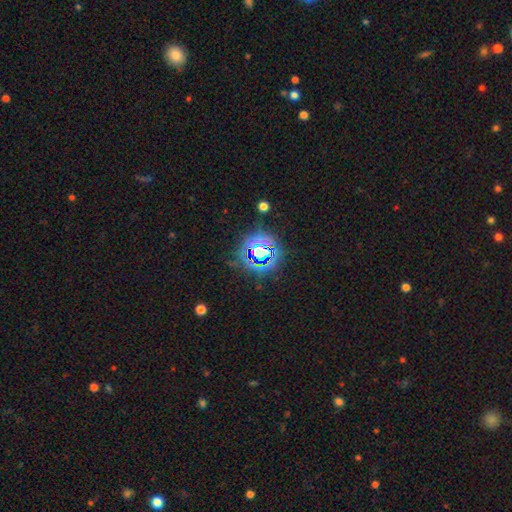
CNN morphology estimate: star or artifact 72%, smooth 17%, featured or disk 11%.